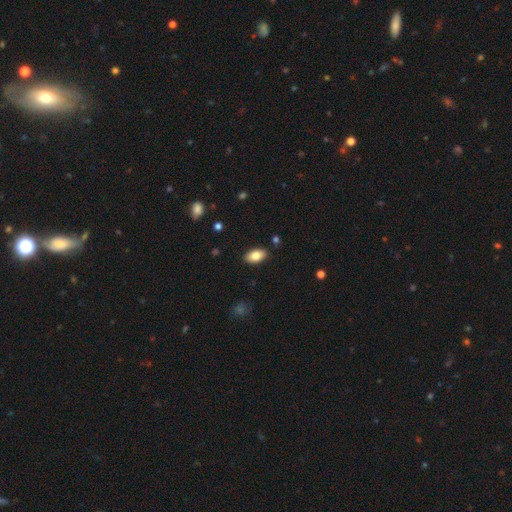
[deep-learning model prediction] Overall: smooth (82%). How rounded: in between (94%). Merging: none (88%).